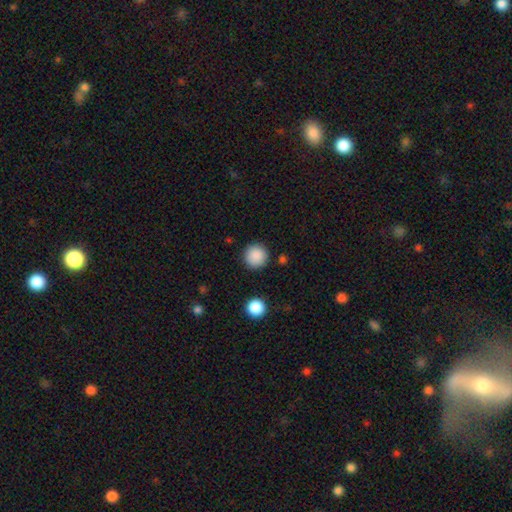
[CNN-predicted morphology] Q: Smooth or featured?
A: smooth (88%); runner-up: star or artifact (9%)
Q: How rounded?
A: round (96%); runner-up: in between (3%)
Q: Merging?
A: none (90%); runner-up: minor disturbance (6%)